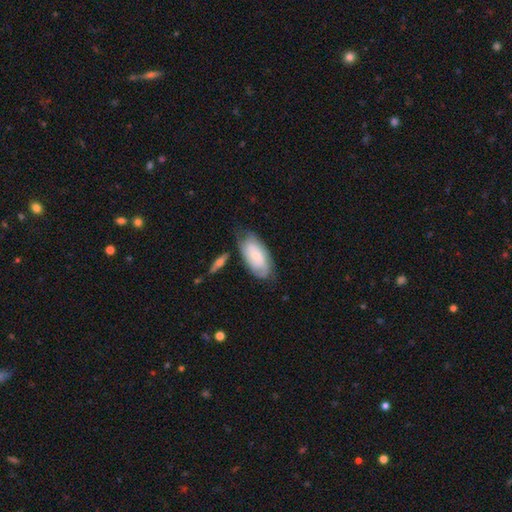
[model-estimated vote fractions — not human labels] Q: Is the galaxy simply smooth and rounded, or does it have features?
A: featured or disk — 49%.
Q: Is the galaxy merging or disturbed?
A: none — 63%.